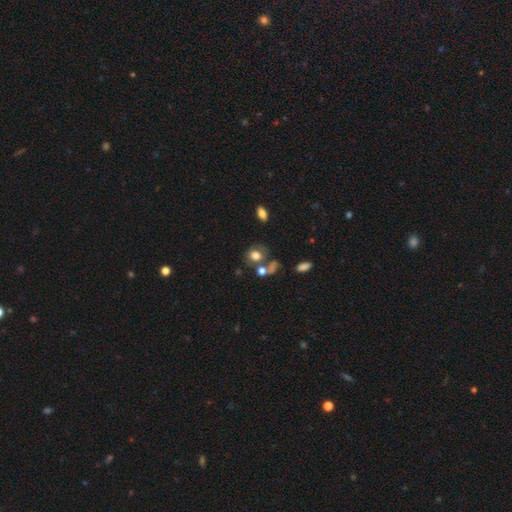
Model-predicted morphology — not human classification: The model was most divided on "how rounded": round: 60%, in between: 39%, cigar-shaped: 1%. Remaining: smooth or featured — smooth (72%); merging — none (48%).